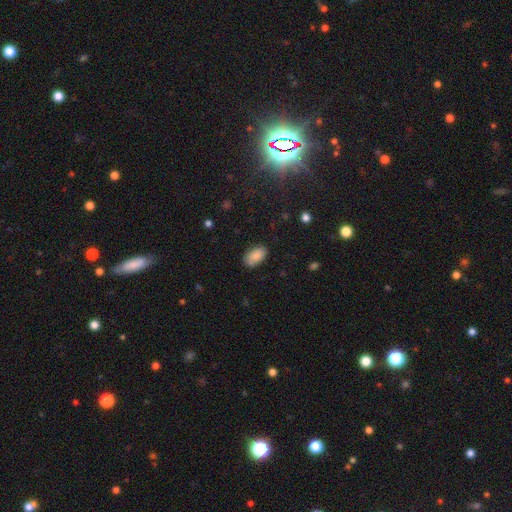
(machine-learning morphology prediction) Overall: smooth (85%). How rounded: in between (94%). Merging: none (81%).